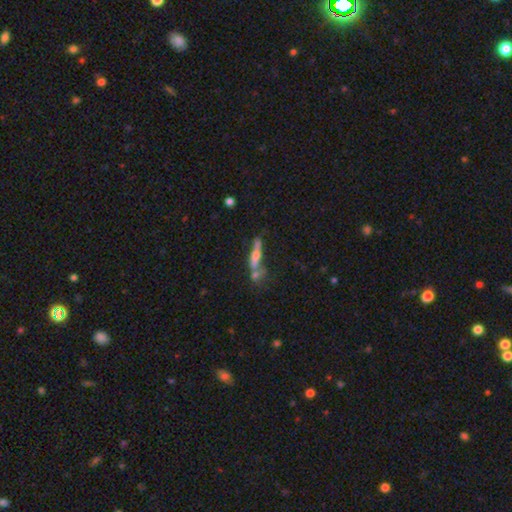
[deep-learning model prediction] This is possibly a featured or disk galaxy (47%). Merging: possibly none (46%).